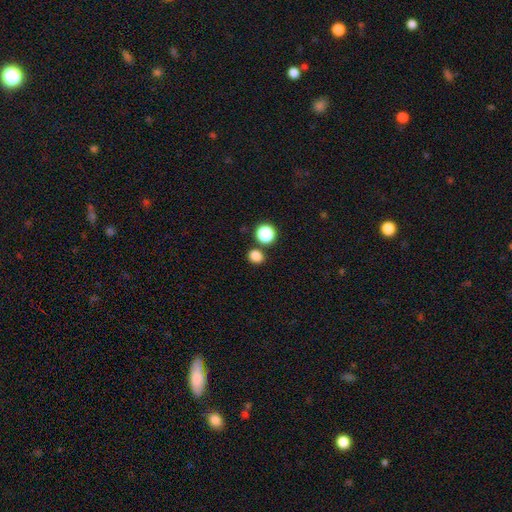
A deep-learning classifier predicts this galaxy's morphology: Overall: smooth (82%). How rounded: round (72%). Merging: none (81%).